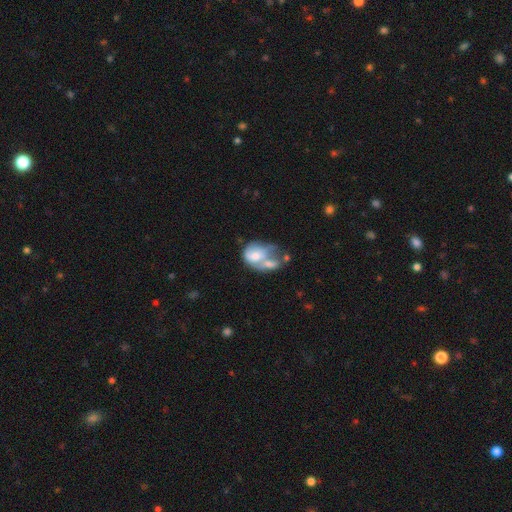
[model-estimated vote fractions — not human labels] smooth_or_featured: smooth (p=0.53) [alt: featured or disk p=0.39]
how_rounded: in between (p=0.65) [alt: round p=0.34]
merging: merger (p=0.60) [alt: major disturbance p=0.18]